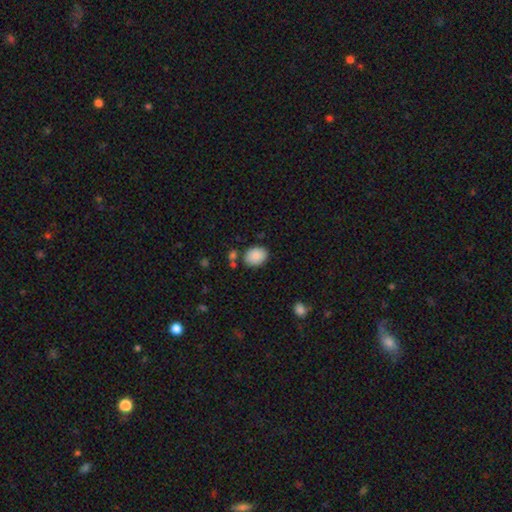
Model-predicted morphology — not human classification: Smooth or featured? Predicted: smooth (p=0.88). How rounded? Predicted: in between (p=0.64). Merging? Predicted: none (p=0.80).